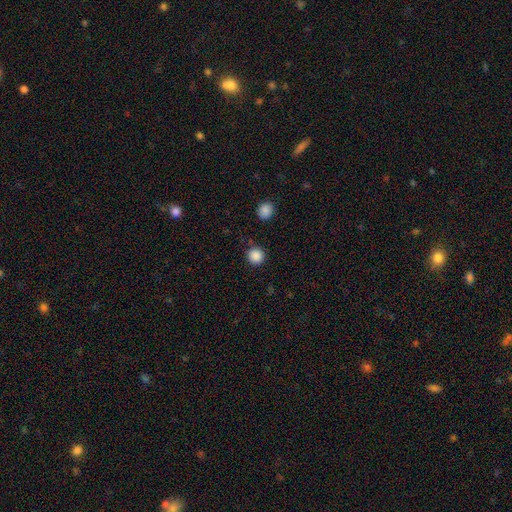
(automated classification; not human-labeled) This is clearly a smooth galaxy (87%). How rounded: clearly round (94%). Merging: clearly none (88%).